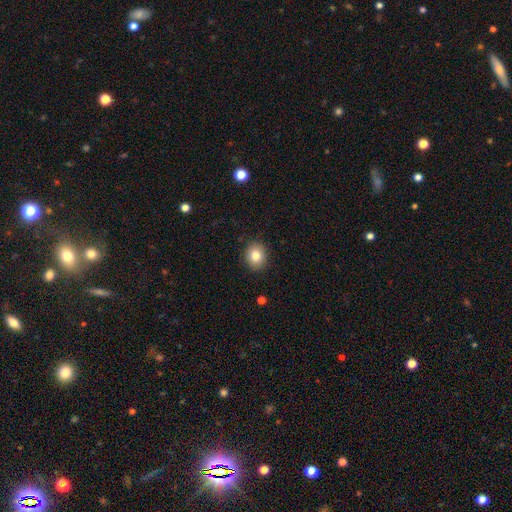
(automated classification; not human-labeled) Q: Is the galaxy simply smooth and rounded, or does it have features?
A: smooth — 81%.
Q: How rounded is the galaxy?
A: round — 64%.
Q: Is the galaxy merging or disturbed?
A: none — 89%.